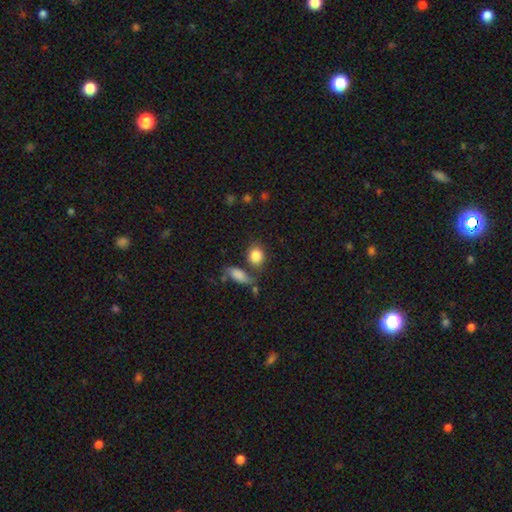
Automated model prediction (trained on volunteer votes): This is clearly a smooth galaxy (84%). How rounded: possibly round (50%). Merging: possibly none (59%).